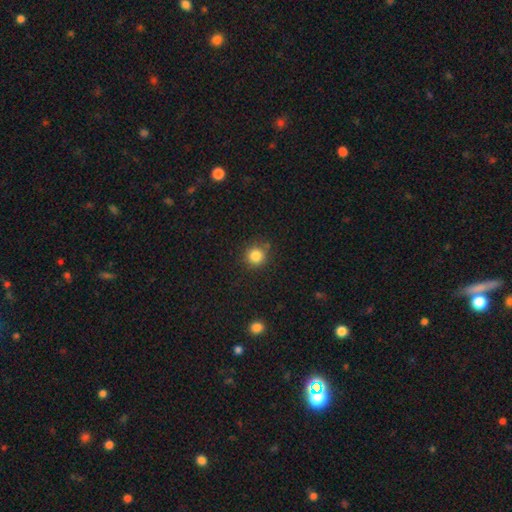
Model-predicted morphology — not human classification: Smooth or featured: smooth — 84% (star or artifact — 11%)
How rounded: round — 92% (in between — 7%)
Merging: none — 83% (minor disturbance — 11%)